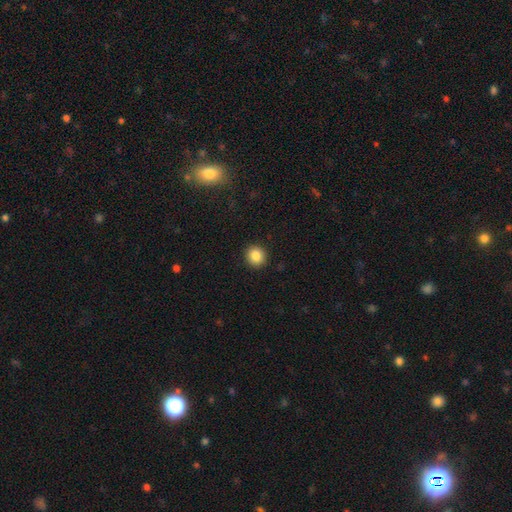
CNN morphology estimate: smooth_or_featured: smooth (p=0.86) [alt: star or artifact p=0.10]
how_rounded: round (p=0.87) [alt: in between p=0.12]
merging: none (p=0.92) [alt: minor disturbance p=0.05]